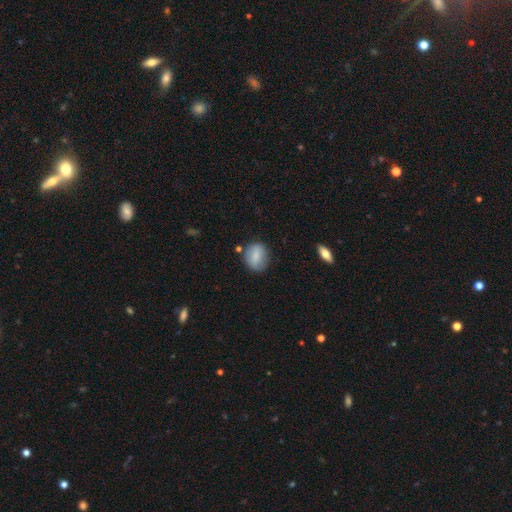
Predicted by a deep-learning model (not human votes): Smooth or featured? smooth (79%)
How rounded? in between (53%)
Merging? none (72%)